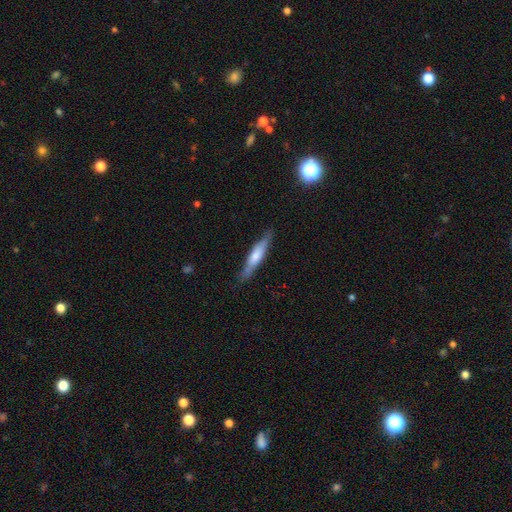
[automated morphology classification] This is possibly a smooth galaxy (50%). Merging: clearly none (82%).